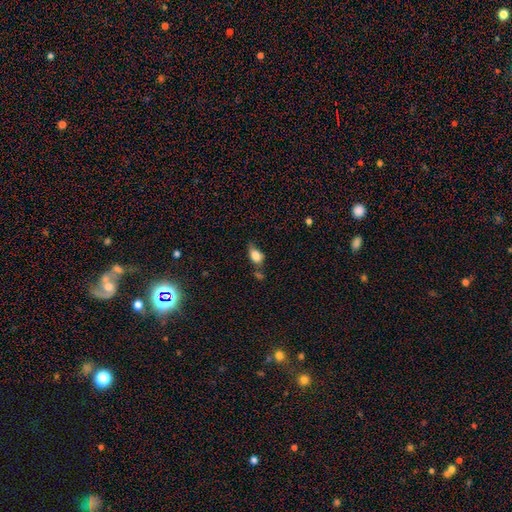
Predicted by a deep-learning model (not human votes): Smooth or featured?
  - smooth: 80% *
  - featured or disk: 11%
  - star or artifact: 9%
How rounded?
  - in between: 81% *
  - round: 16%
  - cigar-shaped: 4%
Merging?
  - none: 46% *
  - minor disturbance: 29%
  - merger: 14%
  - major disturbance: 11%